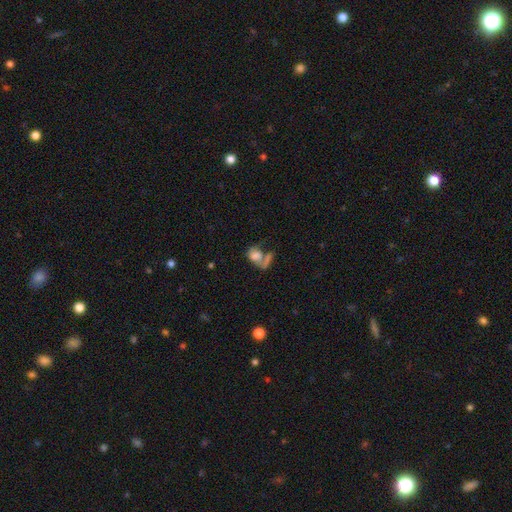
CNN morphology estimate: A smooth galaxy with no disk features (64%) that is in between round and cigar-shaped (71%). Merging: merger (47%).